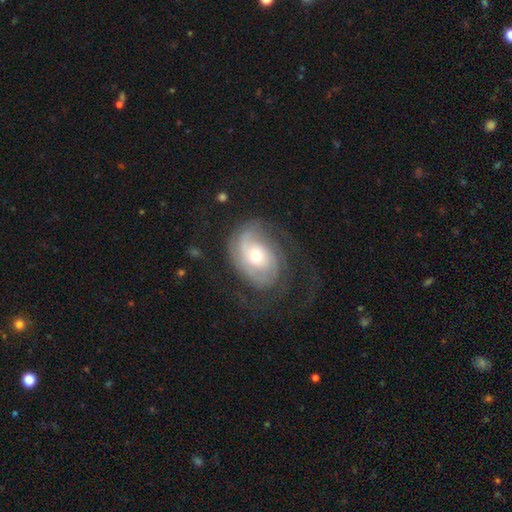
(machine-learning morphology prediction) This is likely a featured or disk galaxy (78%). It is clearly not viewed edge-on (96%). Bar: likely no (70%). Spiral arm pattern: clearly yes (90%). Spiral arm count: marginally 2 (35%). Spiral winding: possibly tight (50%). Central bulge: likely moderate (64%). Merging: possibly none (55%).